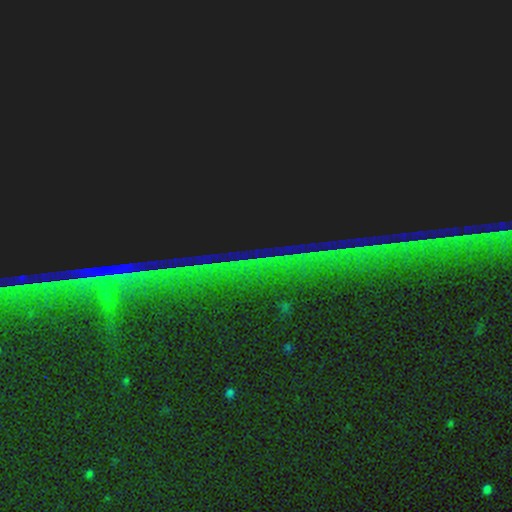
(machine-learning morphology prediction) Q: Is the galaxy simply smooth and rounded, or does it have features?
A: star or artifact — 87%.